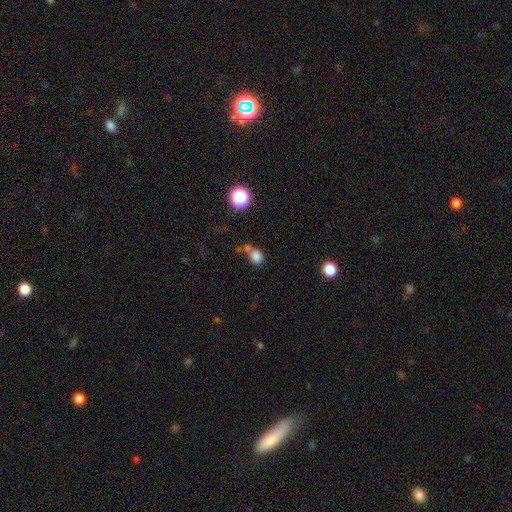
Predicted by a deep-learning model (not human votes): The model was most divided on "how rounded": round: 55%, in between: 43%, cigar-shaped: 1%. Remaining: smooth or featured — smooth (79%); merging — none (46%).